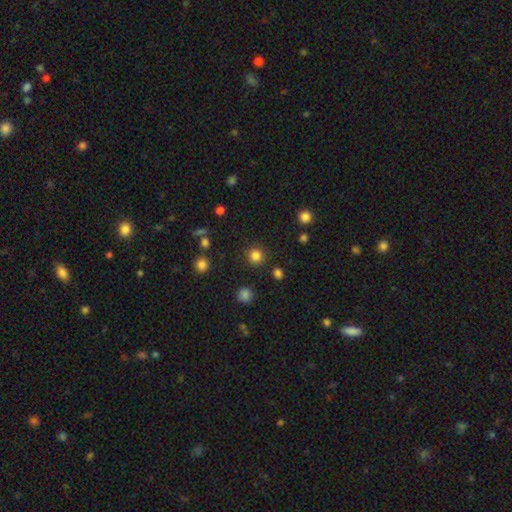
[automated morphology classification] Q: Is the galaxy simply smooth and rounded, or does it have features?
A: smooth — 82%.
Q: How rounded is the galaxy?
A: round — 93%.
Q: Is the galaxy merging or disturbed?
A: none — 89%.